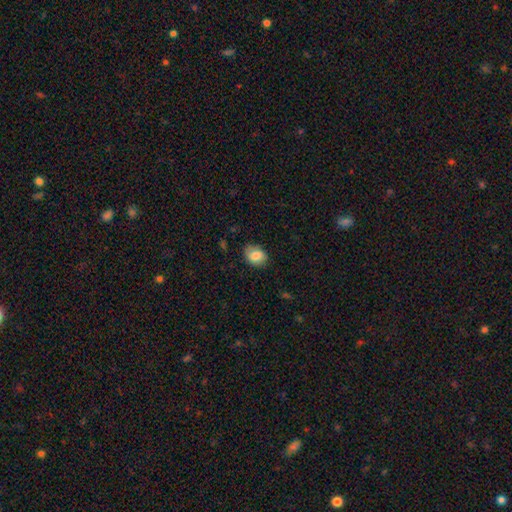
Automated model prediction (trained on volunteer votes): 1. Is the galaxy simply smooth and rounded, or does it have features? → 81% smooth, 11% featured or disk, 8% star or artifact.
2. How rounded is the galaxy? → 66% in between, 33% round, 1% cigar-shaped.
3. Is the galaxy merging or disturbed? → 77% none, 18% minor disturbance, 4% major disturbance, 1% merger.